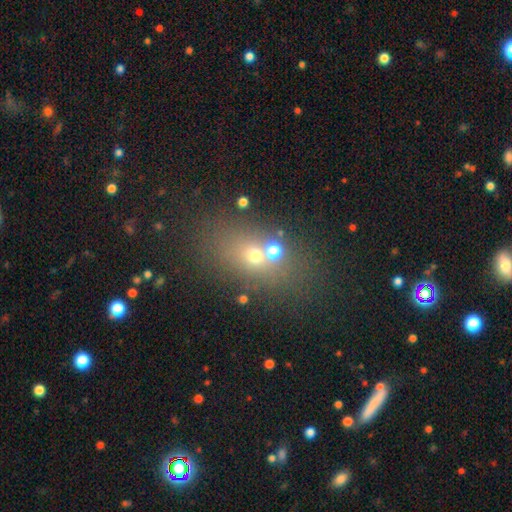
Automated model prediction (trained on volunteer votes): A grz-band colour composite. It shows a smooth galaxy with no disk features (53%) that is in between round and cigar-shaped (56%). Merging: none (57%).